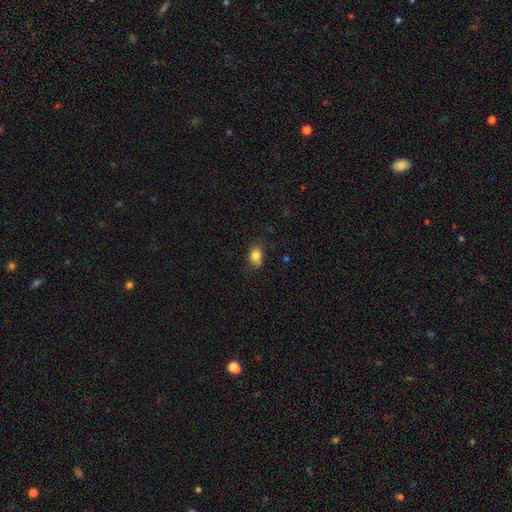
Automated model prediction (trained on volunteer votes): Smooth or featured? smooth (81%)
How rounded? in between (58%)
Merging? none (62%)